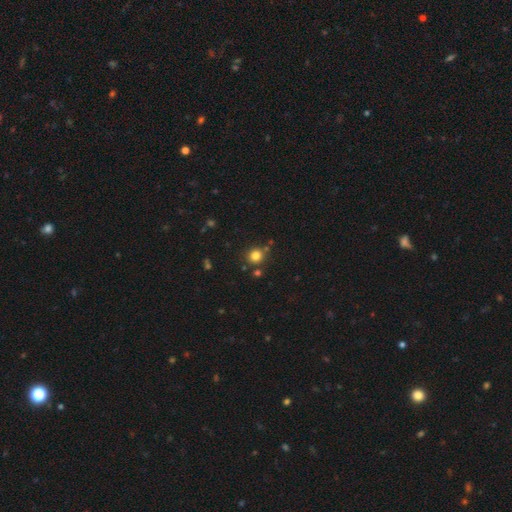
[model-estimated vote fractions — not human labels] Overall: smooth (81%). How rounded: round (88%). Merging: none (80%).